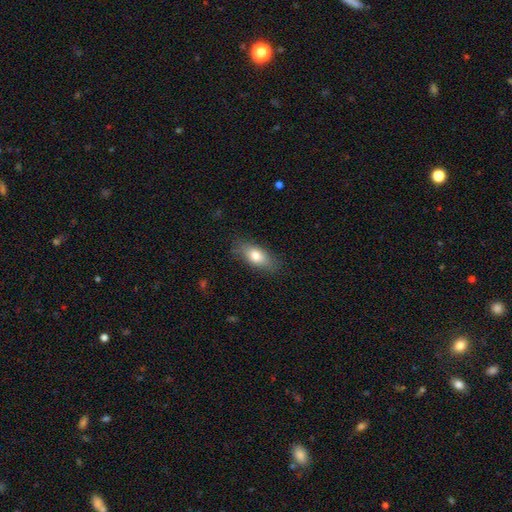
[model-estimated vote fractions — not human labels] The model was most divided on "smooth or featured": smooth: 77%, featured or disk: 16%, star or artifact: 7%. More confident: how rounded — in between (83%); merging — none (80%).